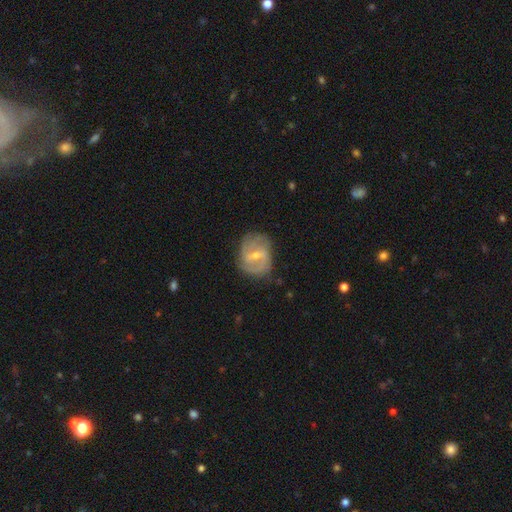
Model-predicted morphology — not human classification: A featured or disk galaxy (72%) with a weak bar (56%), 2 (55%) medium (44%) spiral arms (80%) and a small central bulge (50%).

Vote fractions:
- Smooth or featured? featured or disk: 72% / smooth: 22% / star or artifact: 6%
- Edge-on disk? no: 97% / yes: 3%
- Bar? weak: 56% / strong: 27% / no: 16%
- Spiral arms? yes: 80% / no: 20%
- Spiral winding? medium: 44% / tight: 32% / loose: 24%
- Spiral arm count? 2: 55% / can't tell: 26% / 3: 10% / 1: 4% / 4: 3% / more than 4: 2%
- Bulge size? small: 50% / moderate: 45% / none: 2% / large: 2% / dominant: 1%
- Merging? none: 67% / minor disturbance: 22% / major disturbance: 9% / merger: 2%